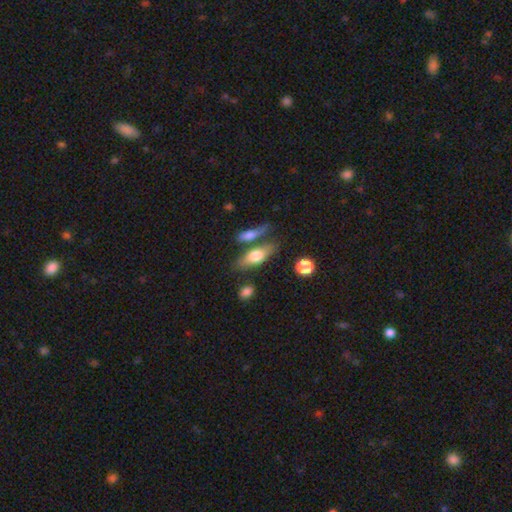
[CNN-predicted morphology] A smooth galaxy with no disk features (62%) that is in between round and cigar-shaped (59%).

Vote fractions:
- Smooth or featured? smooth: 62% / featured or disk: 31% / star or artifact: 7%
- How rounded? in between: 59% / cigar-shaped: 37% / round: 5%
- Merging? none: 64% / merger: 16% / minor disturbance: 15% / major disturbance: 5%